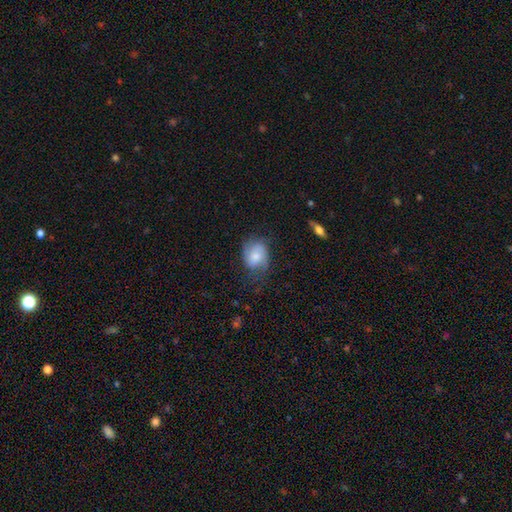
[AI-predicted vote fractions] This appears to be a smooth galaxy with no disk features (57%) that is in between round and cigar-shaped (60%). Merging: none (53%).